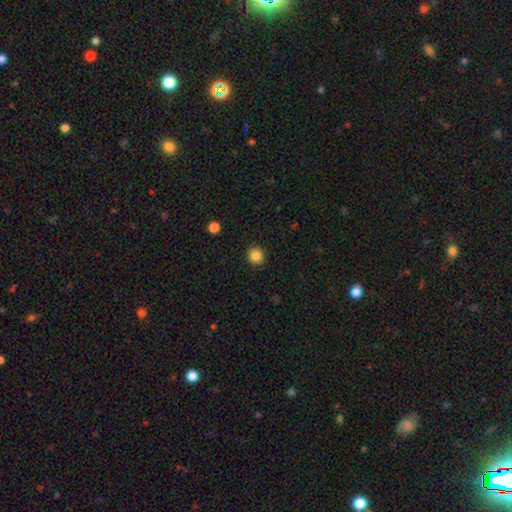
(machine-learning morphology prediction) Smooth or featured? Predicted: smooth (p=0.86). How rounded? Predicted: round (p=0.92). Merging? Predicted: none (p=0.91).